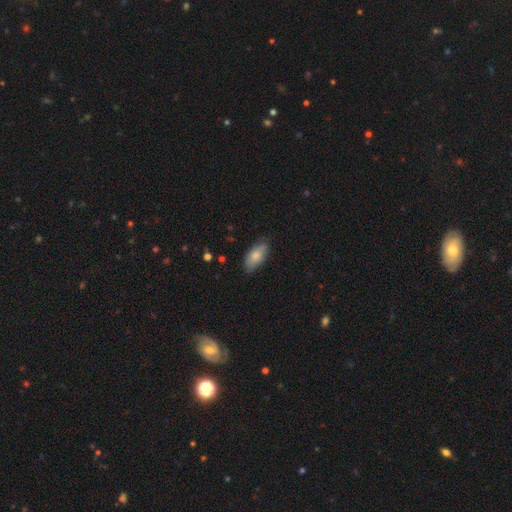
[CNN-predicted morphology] A smooth galaxy with no disk features (78%) that is in between round and cigar-shaped (90%). Merging: none (78%).